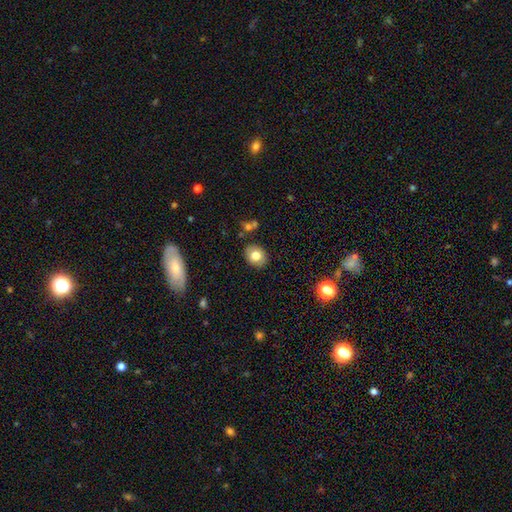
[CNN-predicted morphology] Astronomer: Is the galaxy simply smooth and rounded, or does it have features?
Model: smooth — 76%.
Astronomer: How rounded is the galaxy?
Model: round — 51% (runner-up: in between, 48%).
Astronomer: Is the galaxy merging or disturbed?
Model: none — 86%.